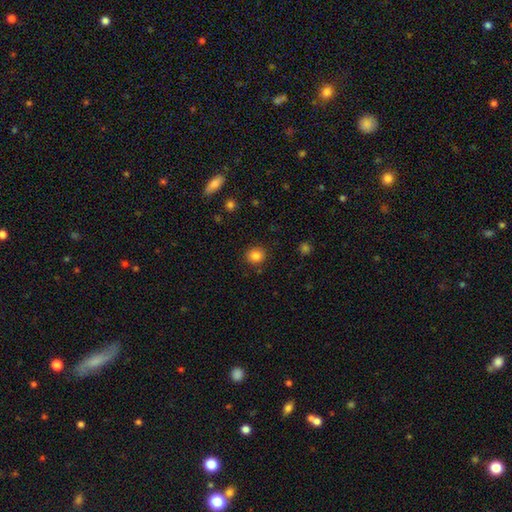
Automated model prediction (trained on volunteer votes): Morphology: type=smooth (83%); roundness=round (85%); merging=none (88%).